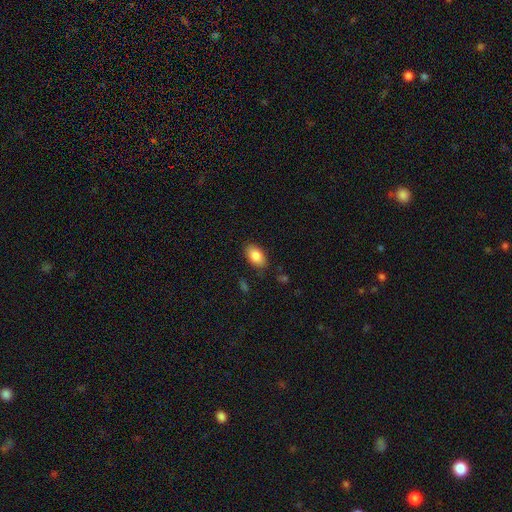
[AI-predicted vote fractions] smooth 86%, featured or disk 7%, star or artifact 7%. Down the decision tree: how rounded — in between (92%); merging — none (84%).